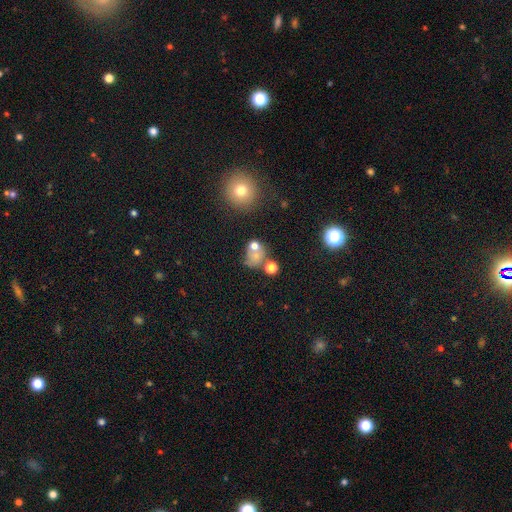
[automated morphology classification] type=smooth (62%); roundness=round (65%); merging=none (38%).